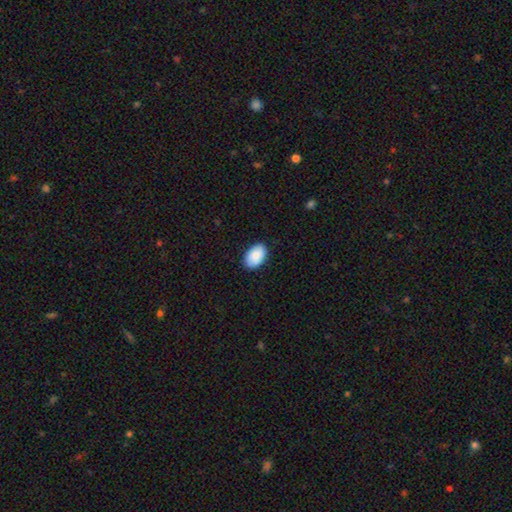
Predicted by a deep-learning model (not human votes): This appears to be a smooth galaxy with no disk features (89%) that is in between round and cigar-shaped (92%). Merging: none (86%).